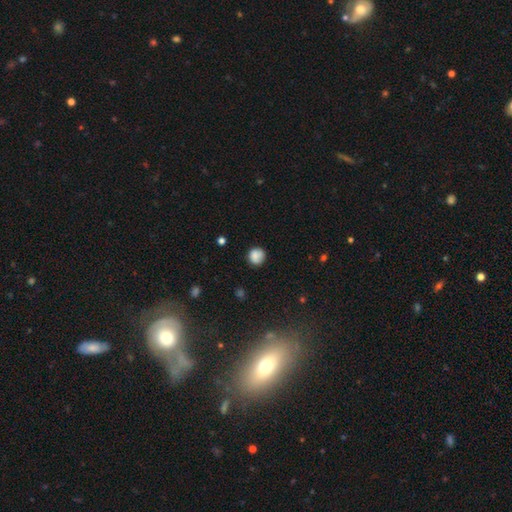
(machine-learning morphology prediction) smooth 83%, star or artifact 9%, featured or disk 7%. Down the decision tree: how rounded — round (87%); merging — none (77%).